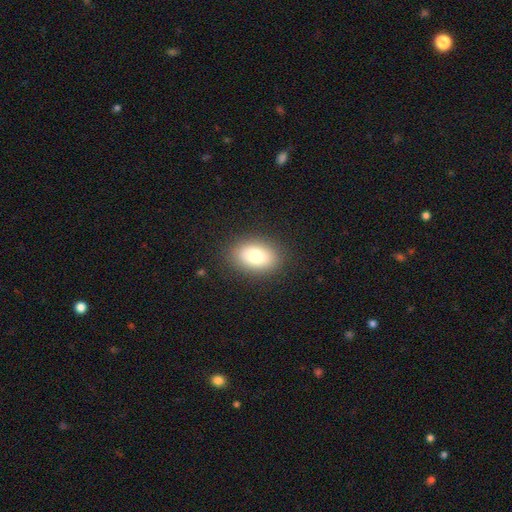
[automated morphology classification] A smooth galaxy with no disk features (76%) that is in between round and cigar-shaped (78%). Merging: none (87%).